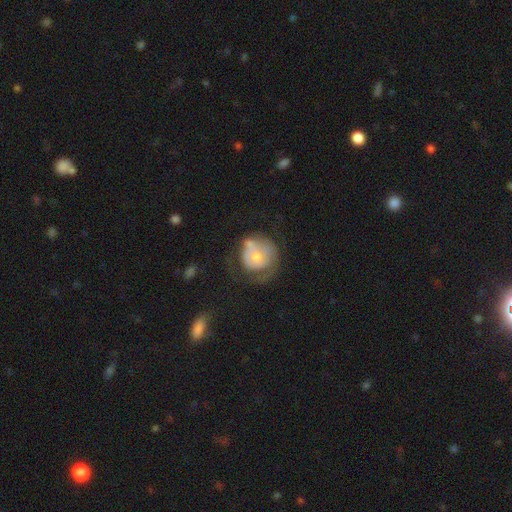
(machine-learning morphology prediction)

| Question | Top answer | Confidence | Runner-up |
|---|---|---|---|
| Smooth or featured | featured or disk | 47% | smooth (45%) |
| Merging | none | 37% | major disturbance (30%) |